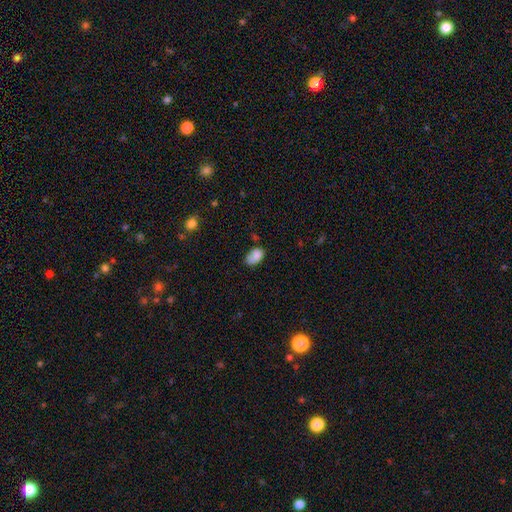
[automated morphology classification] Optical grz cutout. It shows a smooth galaxy with no disk features (82%) that is in between round and cigar-shaped (89%). Merging: none (53%).